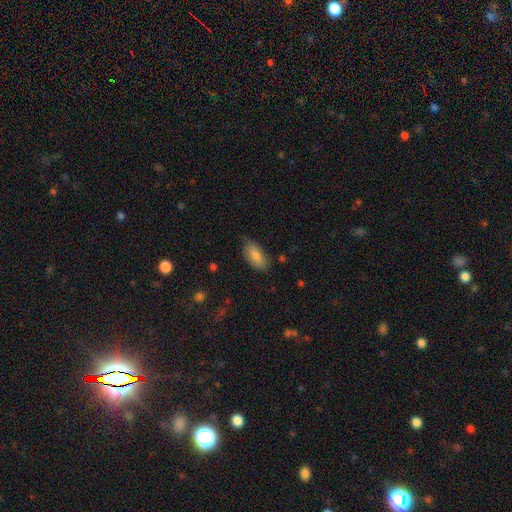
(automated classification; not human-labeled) A smooth galaxy with no disk features (81%) that is in between round and cigar-shaped (89%).

Vote fractions:
- Smooth or featured? smooth: 81% / featured or disk: 13% / star or artifact: 7%
- How rounded? in between: 89% / cigar-shaped: 9% / round: 2%
- Merging? none: 75% / minor disturbance: 20% / major disturbance: 3% / merger: 2%